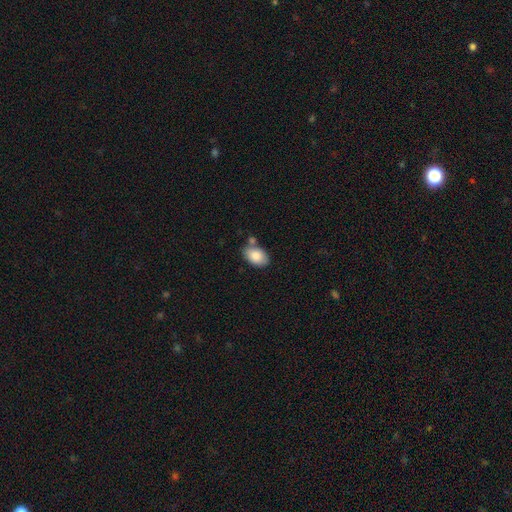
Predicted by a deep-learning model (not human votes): smooth-or-featured: smooth: 85% | featured or disk: 8% | star or artifact: 7%
  how-rounded: in between: 88% | round: 10% | cigar-shaped: 1%
  merging: none: 66% | minor disturbance: 17% | merger: 14% | major disturbance: 4%